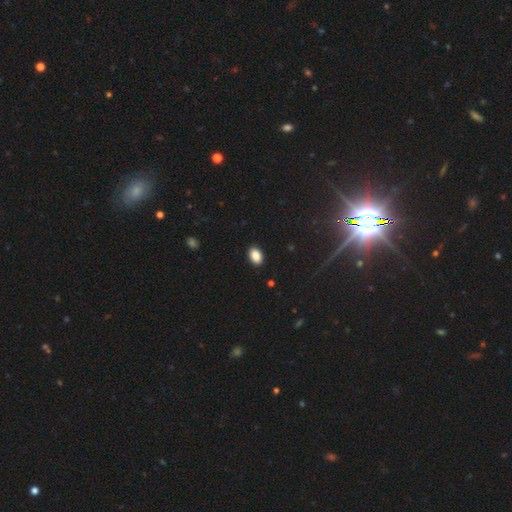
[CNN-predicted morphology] A smooth galaxy with no disk features (88%) that is in between round and cigar-shaped (88%).

Vote fractions:
- Smooth or featured? smooth: 88% / star or artifact: 8% / featured or disk: 3%
- How rounded? in between: 88% / round: 11% / cigar-shaped: 1%
- Merging? none: 90% / minor disturbance: 8% / major disturbance: 2% / merger: 1%